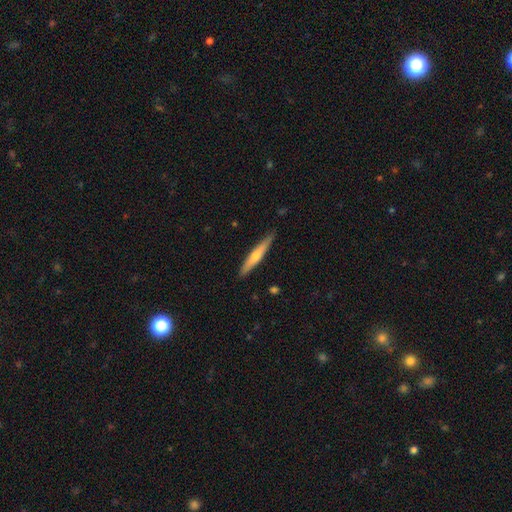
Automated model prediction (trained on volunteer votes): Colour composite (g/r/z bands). It shows a smooth galaxy with no disk features (50%) that is cigar-shaped (92%). Merging: none (87%).